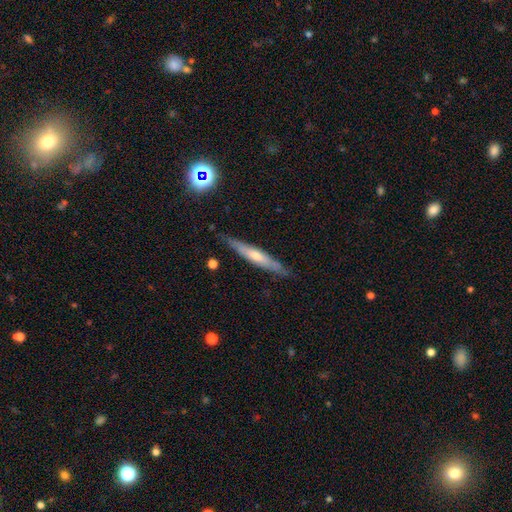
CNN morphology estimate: featured or disk 57%, smooth 36%, star or artifact 6%. Down the decision tree: edge-on disk — yes (87%); merging — none (82%).